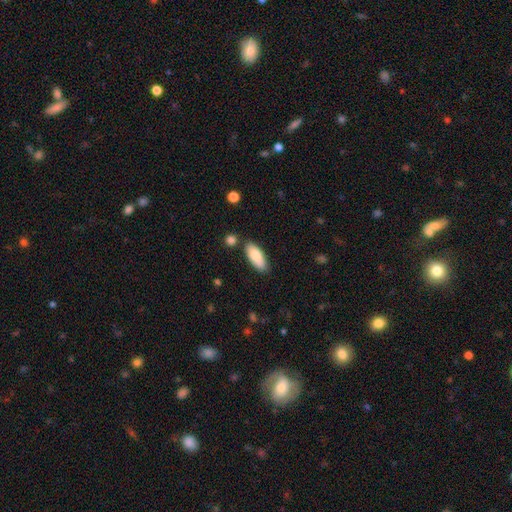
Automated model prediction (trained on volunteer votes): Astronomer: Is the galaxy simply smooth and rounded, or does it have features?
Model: smooth — 84%.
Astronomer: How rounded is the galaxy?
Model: in between — 78%.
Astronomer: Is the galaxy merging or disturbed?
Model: none — 79%.